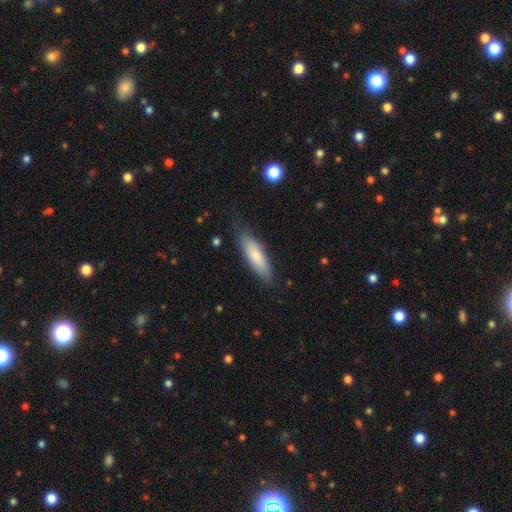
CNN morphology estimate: This appears to be a smooth galaxy with no disk features (78%) that is cigar-shaped (54%). Merging: none (74%).